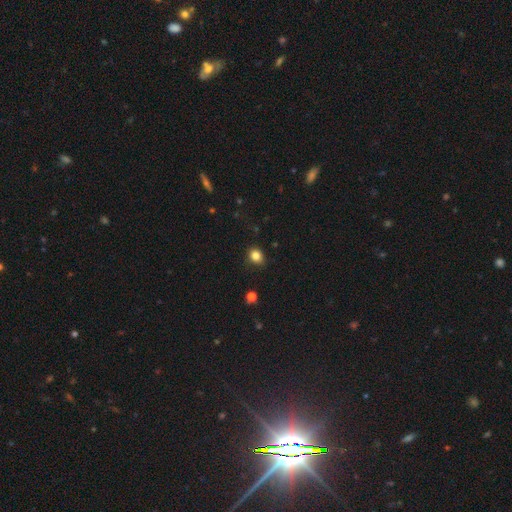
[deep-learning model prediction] Smooth or featured? Predicted: smooth (p=0.83). How rounded? Predicted: round (p=0.55). Merging? Predicted: none (p=0.85).